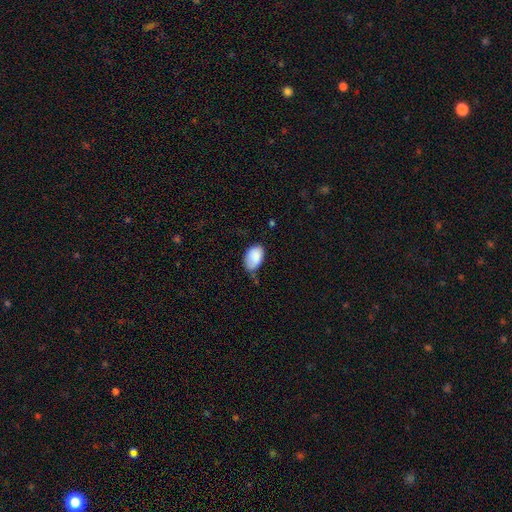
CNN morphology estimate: Smooth or featured?
  - smooth: 88% *
  - star or artifact: 7%
  - featured or disk: 6%
How rounded?
  - in between: 89% *
  - round: 10%
  - cigar-shaped: 1%
Merging?
  - none: 45% *
  - minor disturbance: 41%
  - major disturbance: 9%
  - merger: 5%